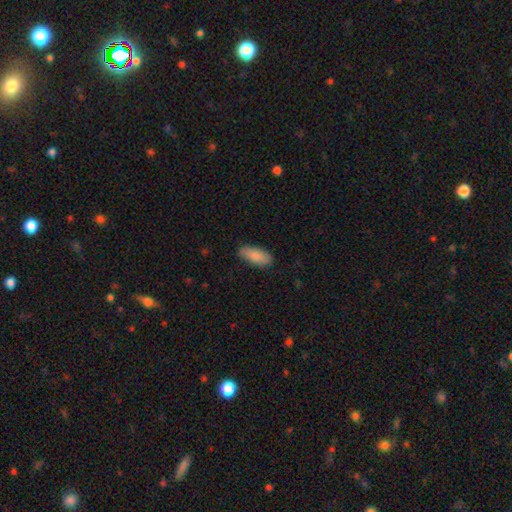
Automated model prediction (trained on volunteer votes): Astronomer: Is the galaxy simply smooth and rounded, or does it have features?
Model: smooth — 87%.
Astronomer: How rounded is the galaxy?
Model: in between — 84%.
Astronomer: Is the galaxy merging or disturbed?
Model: none — 82%.